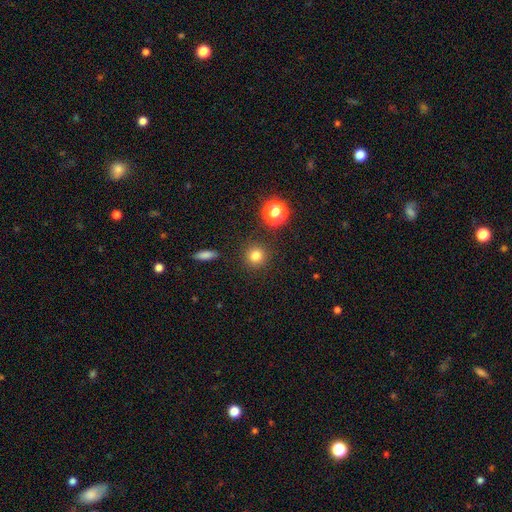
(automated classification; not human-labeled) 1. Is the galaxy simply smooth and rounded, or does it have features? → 79% smooth, 15% star or artifact, 6% featured or disk.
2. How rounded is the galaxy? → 93% round, 5% in between, 1% cigar-shaped.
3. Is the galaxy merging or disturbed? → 89% none, 6% minor disturbance, 2% major disturbance, 2% merger.